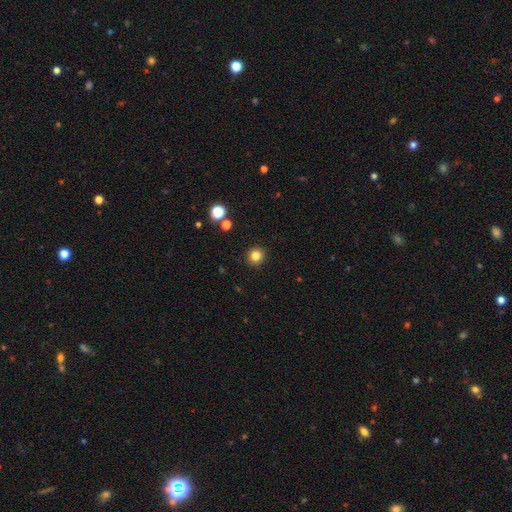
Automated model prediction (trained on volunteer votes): Overall: smooth (83%). How rounded: round (93%). Merging: none (92%).